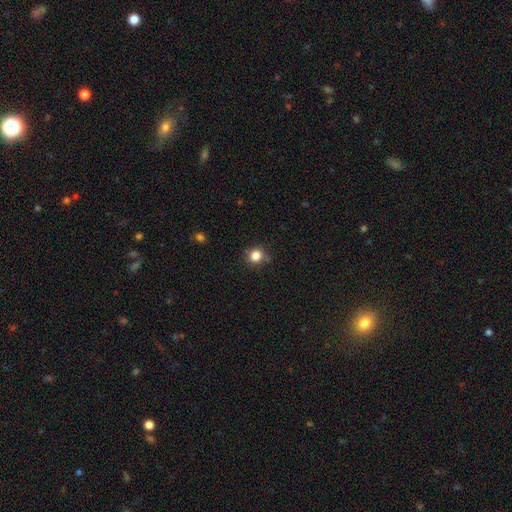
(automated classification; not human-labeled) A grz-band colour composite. It shows a smooth galaxy with no disk features (83%) that is round (87%). Merging: none (81%).